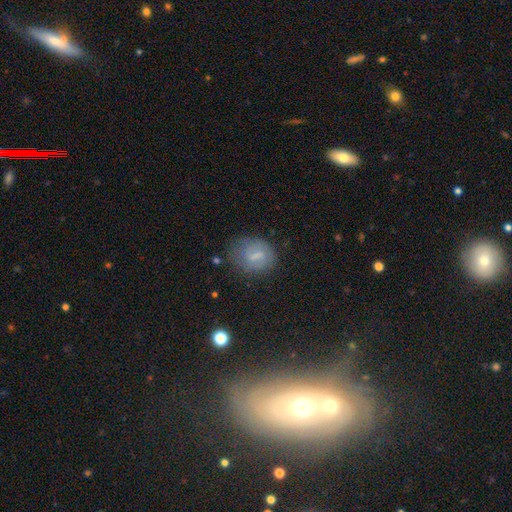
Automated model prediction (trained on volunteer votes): A smooth galaxy with no disk features (66%) that is in between round and cigar-shaped (52%). Merging: none (63%).